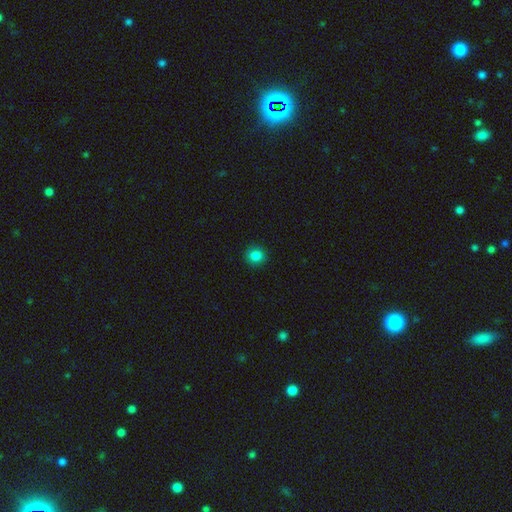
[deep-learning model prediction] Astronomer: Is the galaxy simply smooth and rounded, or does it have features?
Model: smooth — 85%.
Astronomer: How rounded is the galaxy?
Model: round — 89%.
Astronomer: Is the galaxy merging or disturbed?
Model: none — 91%.